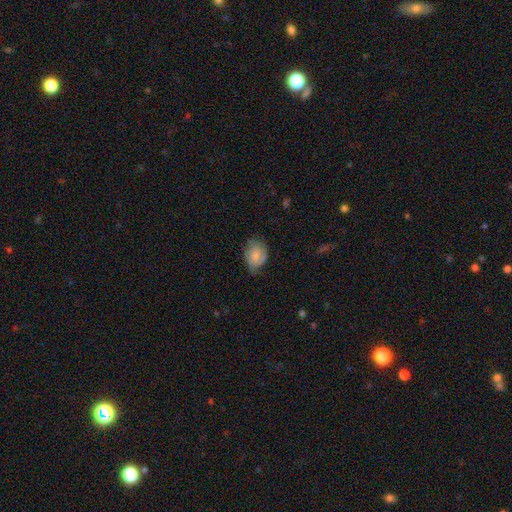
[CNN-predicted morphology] smooth-or-featured: smooth: 55% | featured or disk: 38% | star or artifact: 8%
  how-rounded: in between: 72% | round: 26% | cigar-shaped: 1%
  merging: none: 56% | minor disturbance: 32% | major disturbance: 10% | merger: 1%